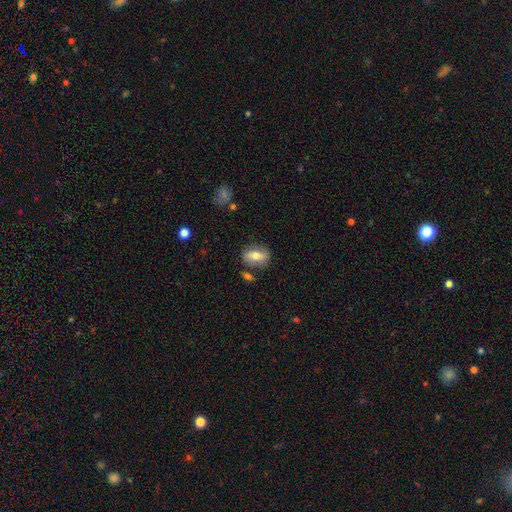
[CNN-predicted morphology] This is possibly a smooth galaxy (59%). How rounded: likely in between (73%). Merging: likely none (75%).